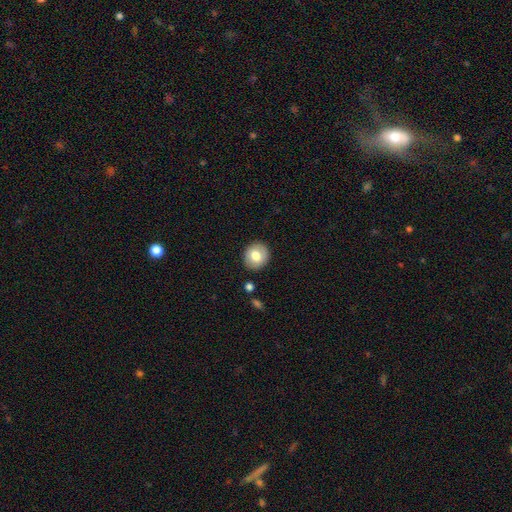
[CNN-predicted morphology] This is likely a smooth galaxy (74%). How rounded: likely round (75%). Merging: clearly none (88%).